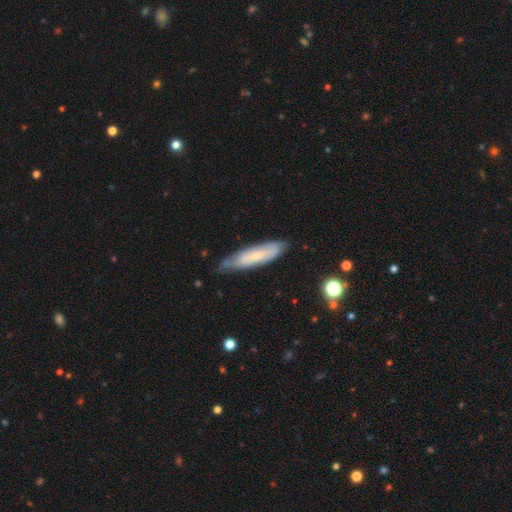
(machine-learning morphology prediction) Smooth or featured?
  - smooth: 56% *
  - featured or disk: 37%
  - star or artifact: 7%
How rounded?
  - cigar-shaped: 74% *
  - in between: 24%
  - round: 1%
Merging?
  - none: 72% *
  - minor disturbance: 22%
  - major disturbance: 4%
  - merger: 2%